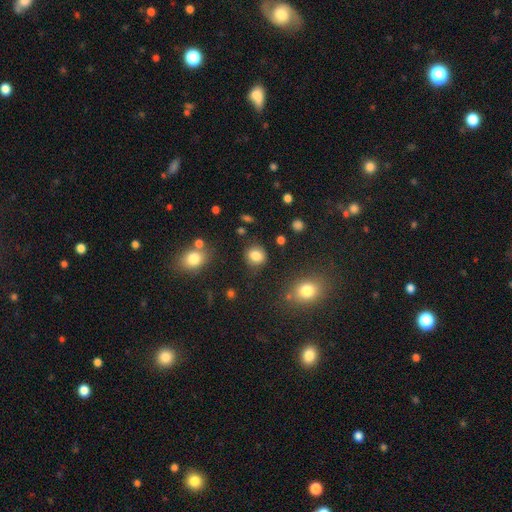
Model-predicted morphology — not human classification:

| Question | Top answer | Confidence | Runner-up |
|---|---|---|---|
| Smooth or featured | smooth | 83% | star or artifact (11%) |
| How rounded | round | 80% | in between (19%) |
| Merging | none | 82% | minor disturbance (11%) |